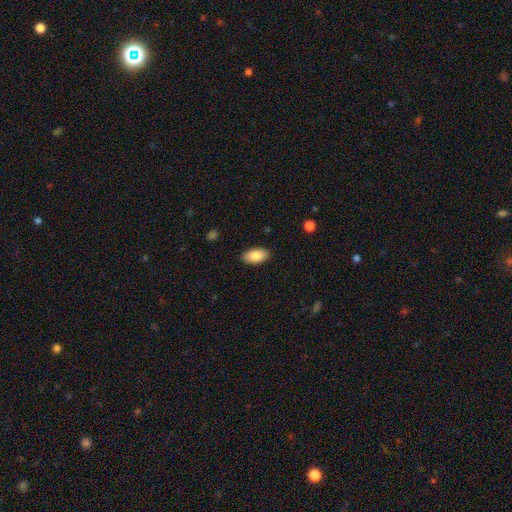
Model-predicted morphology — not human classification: Smooth or featured? Predicted: smooth (p=0.86). How rounded? Predicted: in between (p=0.94). Merging? Predicted: none (p=0.88).